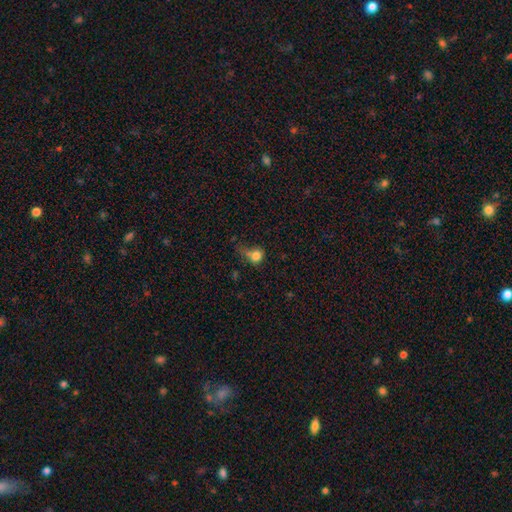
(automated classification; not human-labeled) smooth 77%, star or artifact 12%, featured or disk 11%. Down the decision tree: how rounded — round (68%); merging — major disturbance (31%).